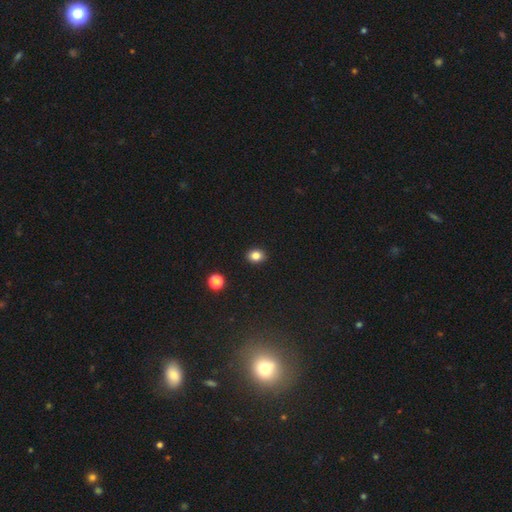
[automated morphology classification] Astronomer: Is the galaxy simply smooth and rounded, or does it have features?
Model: smooth — 83%.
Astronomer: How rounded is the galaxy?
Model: in between — 52% (runner-up: round, 47%).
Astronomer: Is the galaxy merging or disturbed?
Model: none — 91%.